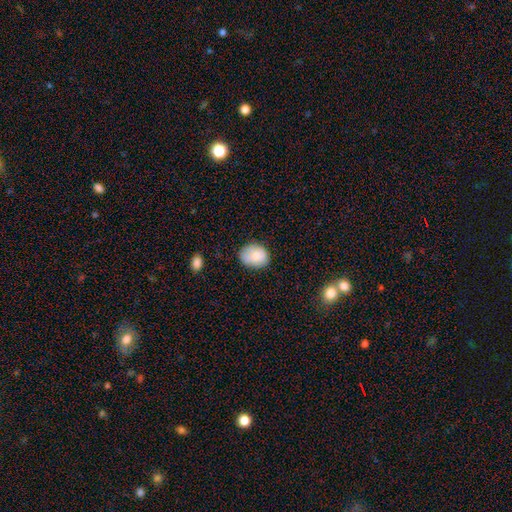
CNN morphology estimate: Smooth or featured? smooth (82%)
How rounded? in between (57%)
Merging? none (72%)